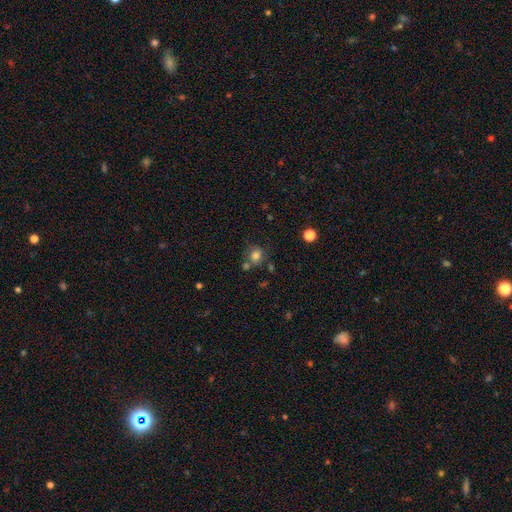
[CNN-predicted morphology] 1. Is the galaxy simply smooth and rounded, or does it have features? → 78% smooth, 13% star or artifact, 10% featured or disk.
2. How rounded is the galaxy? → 84% round, 15% in between, 1% cigar-shaped.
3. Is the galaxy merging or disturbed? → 64% none, 16% merger, 14% minor disturbance, 5% major disturbance.